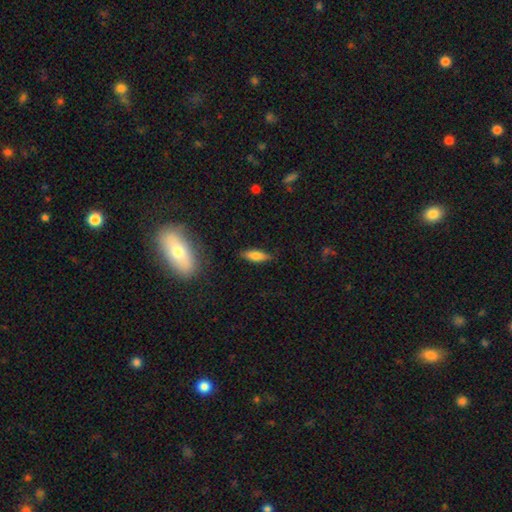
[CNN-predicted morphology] The model was most divided on "how rounded": in between: 56%, cigar-shaped: 41%, round: 3%. More confident: merging — none (82%); smooth or featured — smooth (74%).